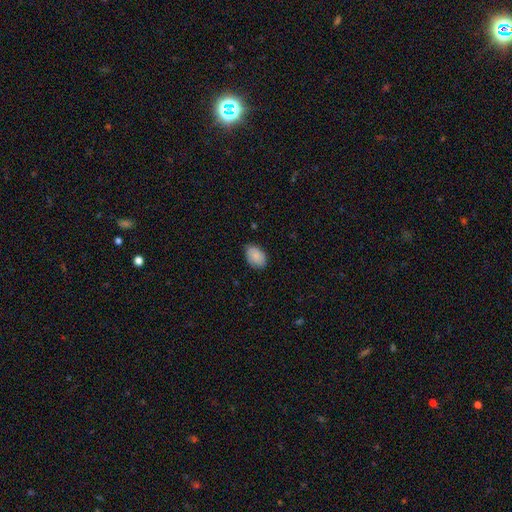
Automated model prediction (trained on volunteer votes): A smooth galaxy with no disk features (83%) that is in between round and cigar-shaped (86%).

Vote fractions:
- Smooth or featured? smooth: 83% / featured or disk: 10% / star or artifact: 7%
- How rounded? in between: 86% / round: 13% / cigar-shaped: 1%
- Merging? none: 79% / minor disturbance: 17% / major disturbance: 3% / merger: 1%